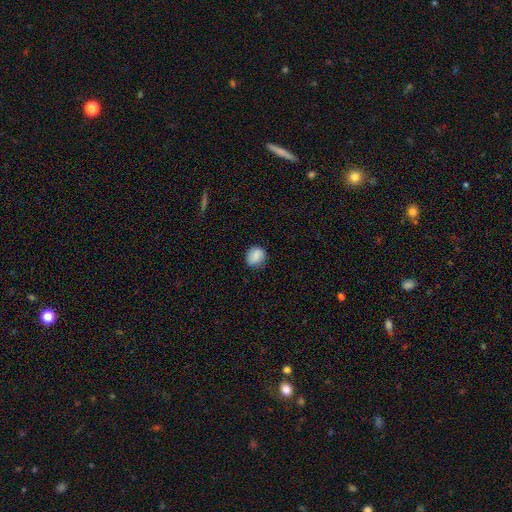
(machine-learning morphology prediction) The model was most divided on "how rounded": round: 71%, in between: 27%, cigar-shaped: 1%. More confident: merging — none (81%); smooth or featured — smooth (77%).